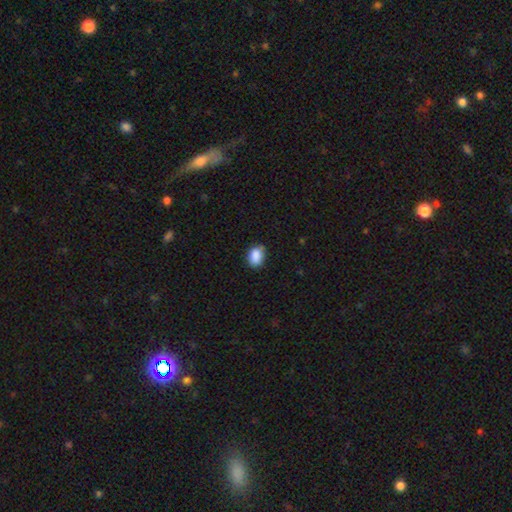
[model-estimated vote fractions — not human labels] A smooth galaxy with no disk features (88%) that is in between round and cigar-shaped (72%).

Vote fractions:
- Smooth or featured? smooth: 88% / star or artifact: 8% / featured or disk: 4%
- How rounded? in between: 72% / round: 27% / cigar-shaped: 1%
- Merging? none: 79% / minor disturbance: 17% / major disturbance: 3% / merger: 1%